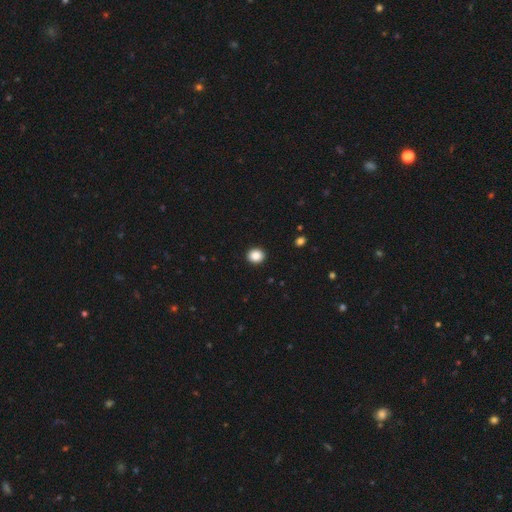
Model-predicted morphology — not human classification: smooth-or-featured: smooth: 88% | star or artifact: 10% | featured or disk: 3%
  how-rounded: round: 77% | in between: 23% | cigar-shaped: 1%
  merging: none: 92% | minor disturbance: 5% | major disturbance: 2% | merger: 1%